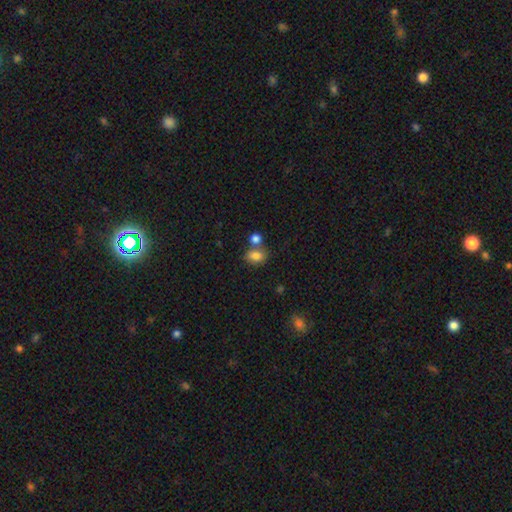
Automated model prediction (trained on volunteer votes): This is clearly a smooth galaxy (82%). How rounded: likely in between (63%). Merging: possibly none (53%).